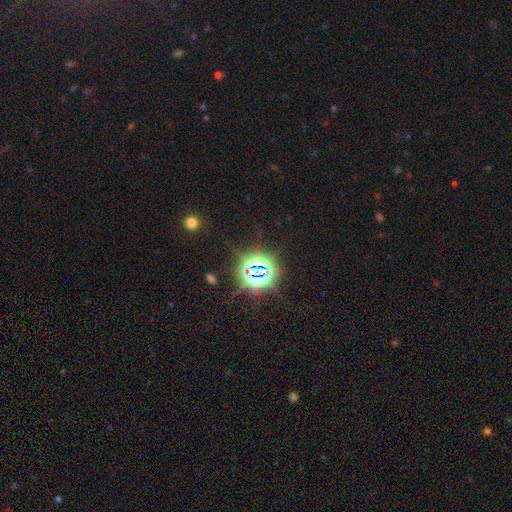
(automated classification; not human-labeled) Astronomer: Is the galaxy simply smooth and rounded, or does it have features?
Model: star or artifact — 79%.